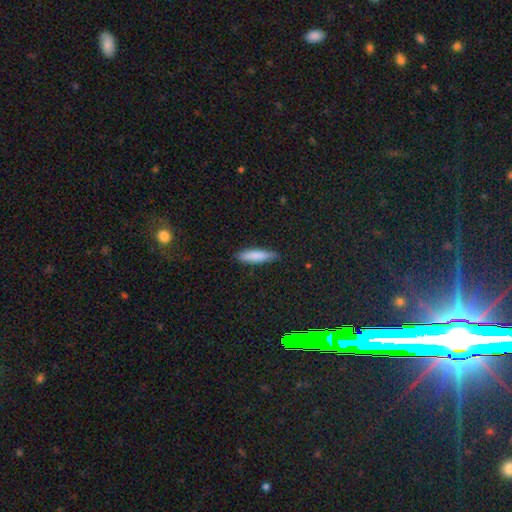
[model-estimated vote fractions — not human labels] smooth_or_featured: smooth (p=0.84) [alt: featured or disk p=0.10]
how_rounded: cigar-shaped (p=0.73) [alt: in between p=0.26]
merging: none (p=0.84) [alt: minor disturbance p=0.12]